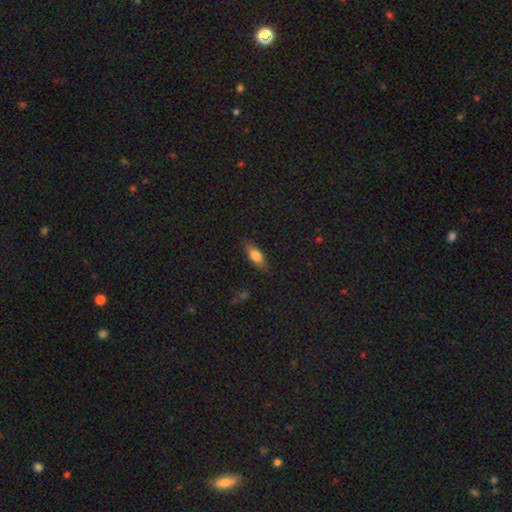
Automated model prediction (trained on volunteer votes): A smooth galaxy with no disk features (76%) that is in between round and cigar-shaped (76%). Merging: none (83%).